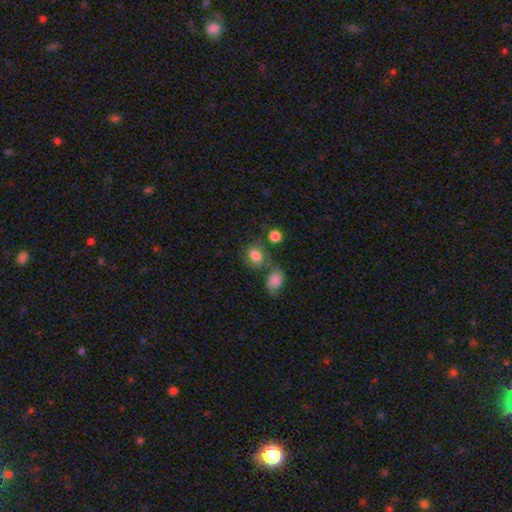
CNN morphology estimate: Smooth or featured: smooth — 78% (featured or disk — 12%)
How rounded: round — 55% (in between — 44%)
Merging: none — 50% (merger — 24%)